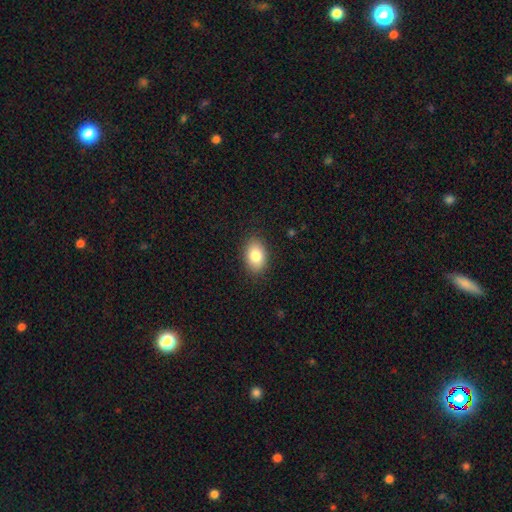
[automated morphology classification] The model was most divided on "how rounded": in between: 85%, round: 14%, cigar-shaped: 1%. More confident: merging — none (88%); smooth or featured — smooth (84%).